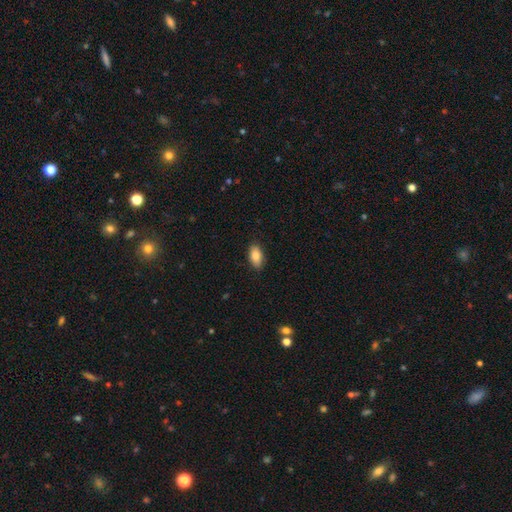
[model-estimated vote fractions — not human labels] The model was most divided on "smooth or featured": smooth: 84%, featured or disk: 9%, star or artifact: 7%. More confident: how rounded — in between (91%); merging — none (87%).